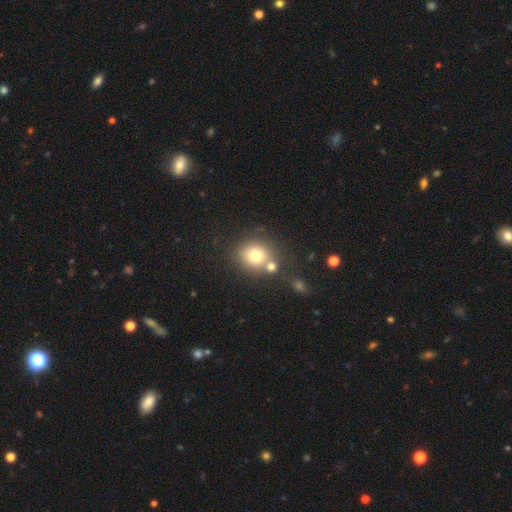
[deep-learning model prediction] A smooth galaxy with no disk features (76%) that is round (81%). Merging: none (60%).